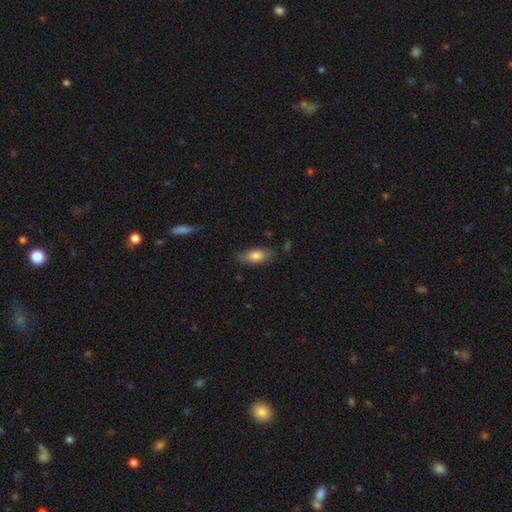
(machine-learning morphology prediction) Smooth or featured: smooth — 80% (featured or disk — 13%)
How rounded: in between — 85% (cigar-shaped — 13%)
Merging: none — 80% (minor disturbance — 15%)